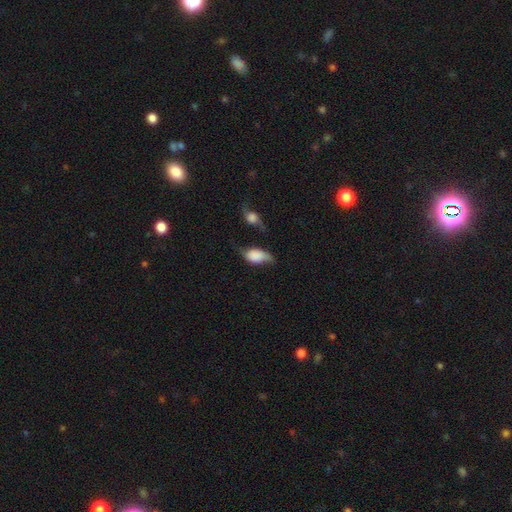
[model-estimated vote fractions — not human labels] The model was most divided on "merging": minor disturbance: 31%, none: 27%, major disturbance: 25%, merger: 17%. More confident: how rounded — in between (87%); smooth or featured — smooth (67%).